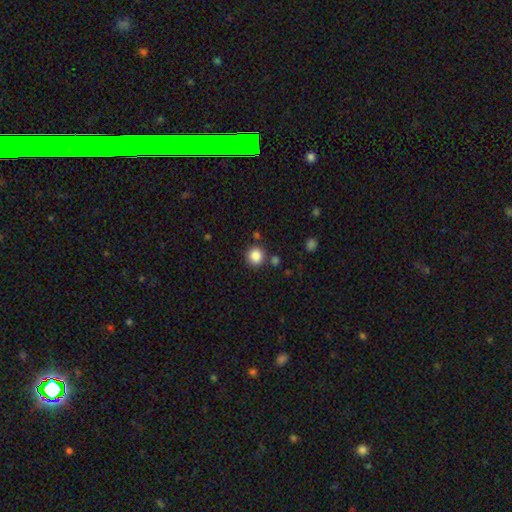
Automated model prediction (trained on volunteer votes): smooth 86%, star or artifact 10%, featured or disk 4%. Down the decision tree: how rounded — round (92%); merging — none (83%).